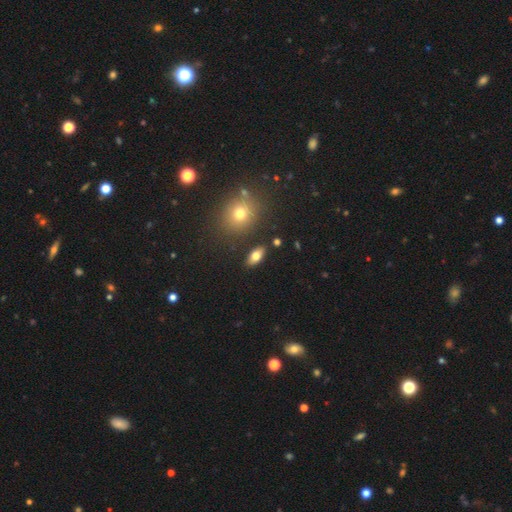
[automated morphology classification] Overall: smooth (74%). How rounded: in between (86%). Merging: none (86%).